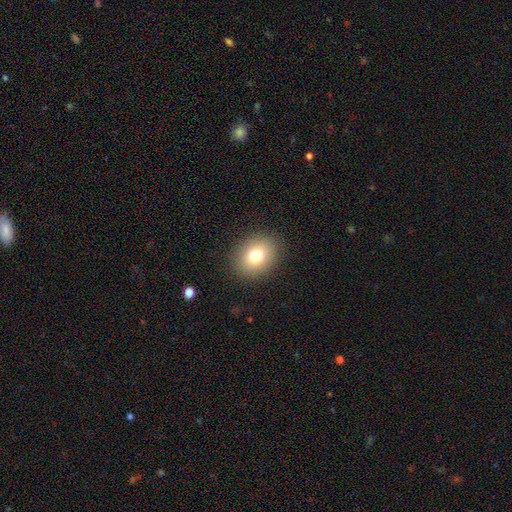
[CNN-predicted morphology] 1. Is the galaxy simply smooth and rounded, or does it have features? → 77% smooth, 11% featured or disk, 11% star or artifact.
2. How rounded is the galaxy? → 53% round, 46% in between, 1% cigar-shaped.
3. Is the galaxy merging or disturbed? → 89% none, 7% minor disturbance, 3% major disturbance, 1% merger.